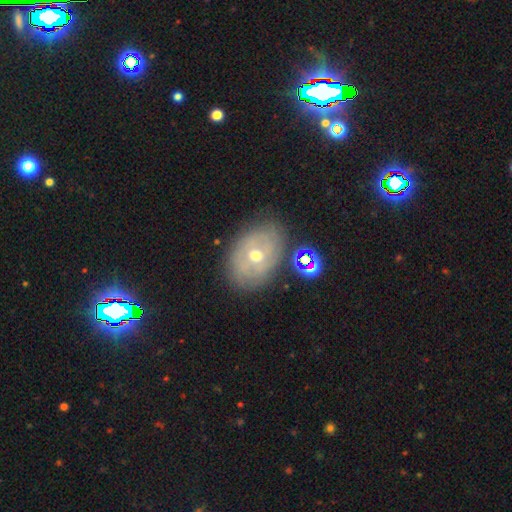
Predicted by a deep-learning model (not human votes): Smooth or featured? featured or disk (60%)
Edge-on disk? no (94%)
Bar? no (69%)
Spiral arms? yes (53%)
Bulge size? moderate (71%)
Merging? none (72%)